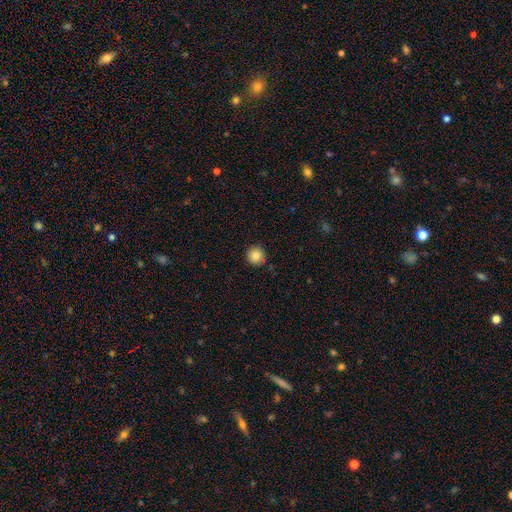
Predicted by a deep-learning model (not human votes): Overall: smooth (86%). How rounded: round (95%). Merging: none (89%).